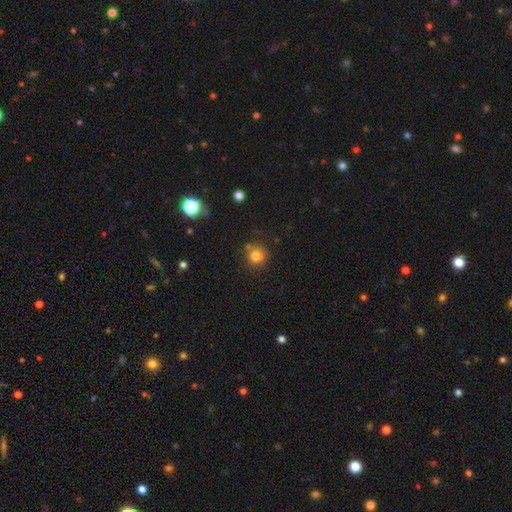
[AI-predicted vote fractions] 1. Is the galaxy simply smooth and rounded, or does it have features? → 78% smooth, 14% star or artifact, 9% featured or disk.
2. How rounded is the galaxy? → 88% round, 11% in between, 1% cigar-shaped.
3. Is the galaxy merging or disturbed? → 69% none, 14% minor disturbance, 12% merger, 4% major disturbance.